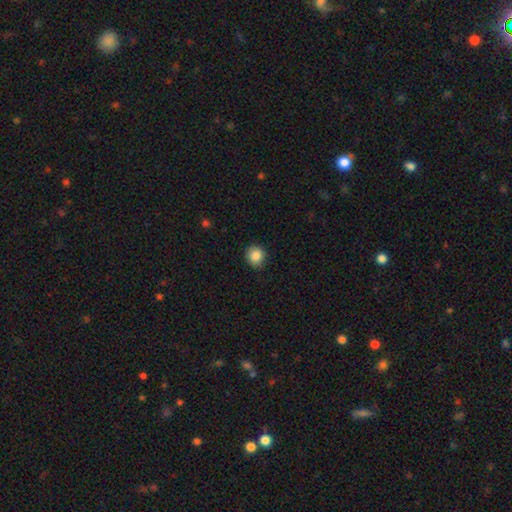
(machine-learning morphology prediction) type=smooth (87%); roundness=round (87%); merging=none (88%).